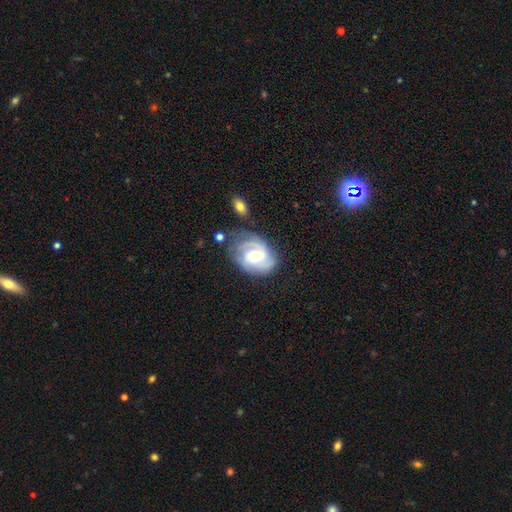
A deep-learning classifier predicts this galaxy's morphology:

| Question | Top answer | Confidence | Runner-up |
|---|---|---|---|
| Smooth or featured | featured or disk | 77% | smooth (17%) |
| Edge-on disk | no | 97% | yes (3%) |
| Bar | weak | 51% | no (36%) |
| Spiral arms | yes | 94% | no (6%) |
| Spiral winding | tight | 44% | medium (42%) |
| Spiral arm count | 2 | 38% | 3 (30%) |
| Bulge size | moderate | 59% | small (26%) |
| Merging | none | 63% | minor disturbance (23%) |